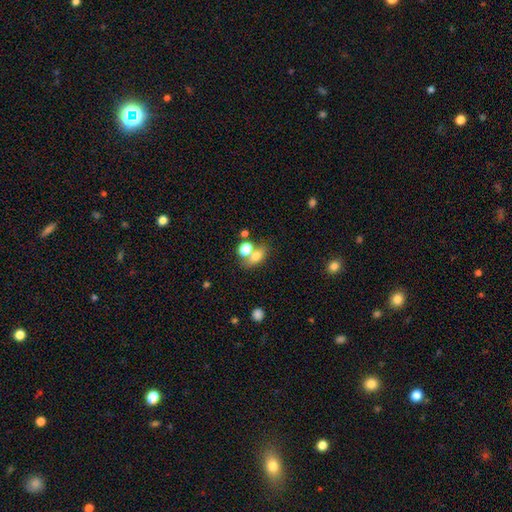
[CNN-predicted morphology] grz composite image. It shows a smooth galaxy with no disk features (73%) that is in between round and cigar-shaped (71%). Merging: none (47%).